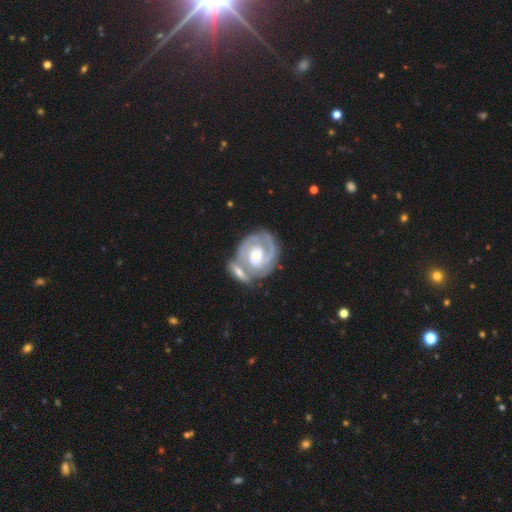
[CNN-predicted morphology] Smooth or featured: featured or disk — 86% (smooth — 9%)
Edge-on disk: no — 97% (yes — 3%)
Bar: no — 63% (weak — 27%)
Spiral arms: yes — 92% (no — 8%)
Spiral winding: tight — 73% (medium — 22%)
Spiral arm count: 2 — 56% (1 — 17%)
Bulge size: moderate — 52% (large — 23%)
Merging: none — 41% (merger — 38%)